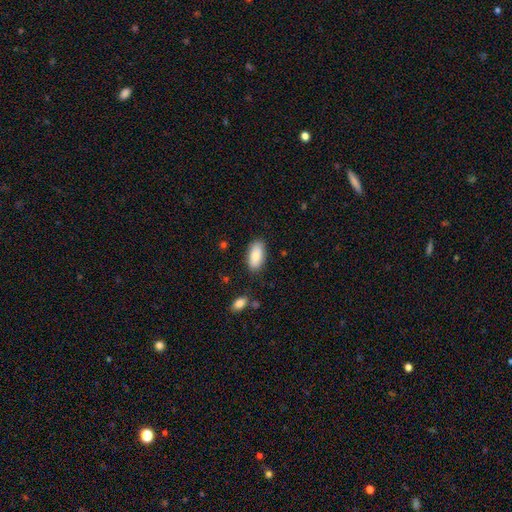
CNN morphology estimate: The model was most divided on "merging": none: 83%, minor disturbance: 13%, major disturbance: 3%, merger: 2%. More confident: how rounded — in between (91%); smooth or featured — smooth (83%).